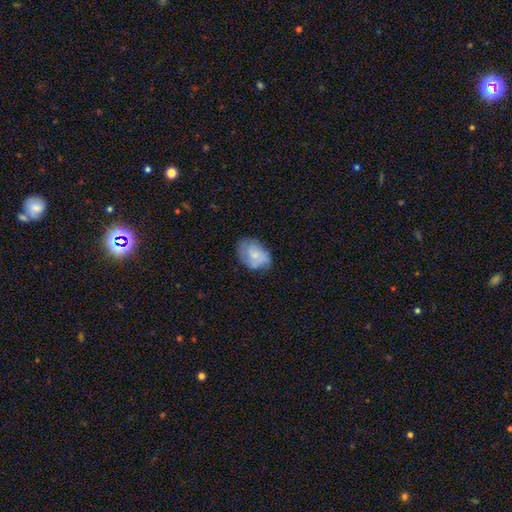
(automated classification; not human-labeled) Q: Smooth or featured?
A: smooth (72%); runner-up: featured or disk (21%)
Q: How rounded?
A: in between (81%); runner-up: round (18%)
Q: Merging?
A: none (58%); runner-up: minor disturbance (30%)